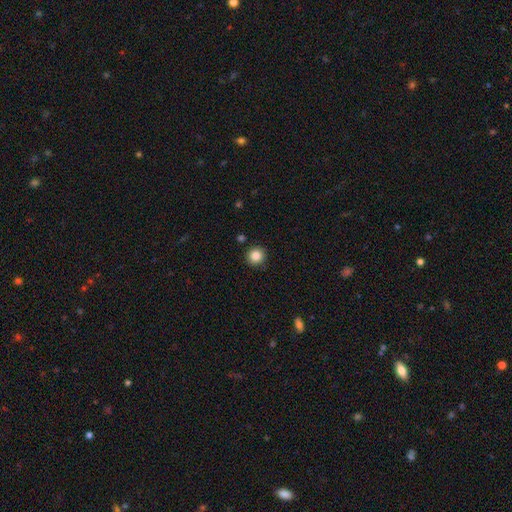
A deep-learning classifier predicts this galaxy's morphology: smooth 85%, star or artifact 10%, featured or disk 5%. Down the decision tree: how rounded — round (93%); merging — none (91%).